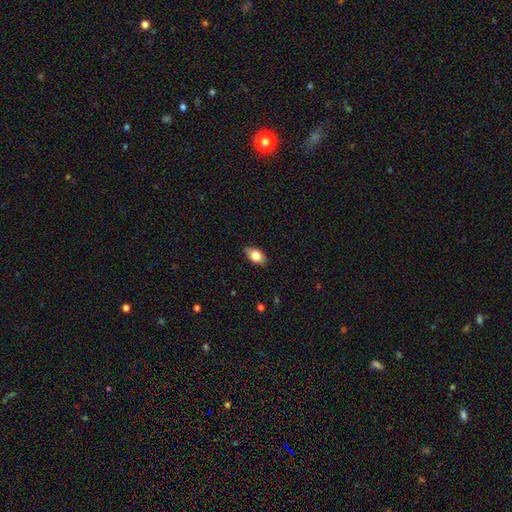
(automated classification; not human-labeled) Smooth or featured?
  - smooth: 81% *
  - featured or disk: 11%
  - star or artifact: 7%
How rounded?
  - in between: 90% *
  - round: 7%
  - cigar-shaped: 3%
Merging?
  - none: 86% *
  - minor disturbance: 11%
  - major disturbance: 2%
  - merger: 1%